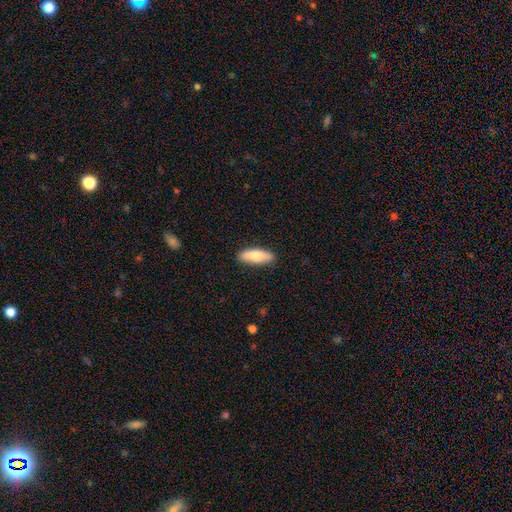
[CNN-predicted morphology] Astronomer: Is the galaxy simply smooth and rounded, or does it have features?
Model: smooth — 77%.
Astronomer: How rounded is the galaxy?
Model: in between — 65%.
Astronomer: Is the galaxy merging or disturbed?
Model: none — 86%.